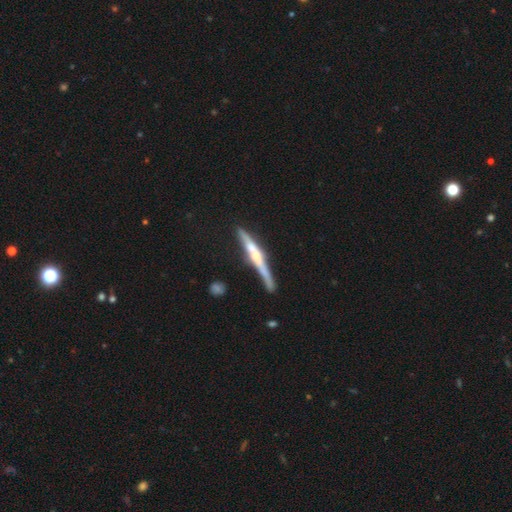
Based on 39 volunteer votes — Morphology: type=featured or disk (79%); edge-on=yes (97%); edge-on bulge=rounded (73%); merging=none (70%).